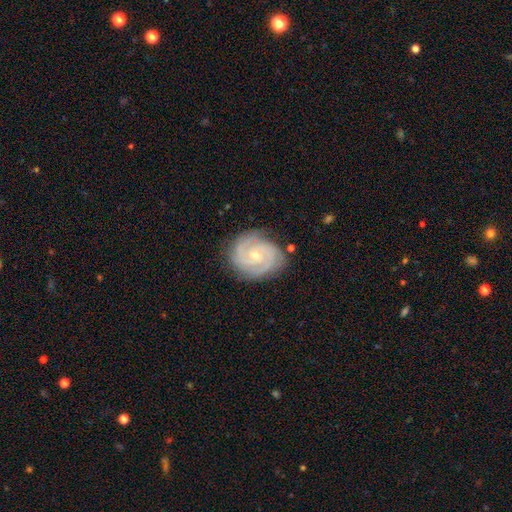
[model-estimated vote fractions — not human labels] A featured or disk galaxy (87%) with no bar (68%), 3 (38%) tight (70%) spiral arms (97%) and a small central bulge (65%).

Vote fractions:
- Smooth or featured? featured or disk: 87% / smooth: 7% / star or artifact: 5%
- Edge-on disk? no: 98% / yes: 2%
- Bar? no: 68% / weak: 27% / strong: 5%
- Spiral arms? yes: 97% / no: 3%
- Spiral winding? tight: 70% / medium: 26% / loose: 4%
- Spiral arm count? 3: 38% / 2: 31% / can't tell: 14% / 4: 9% / more than 4: 4% / 1: 4%
- Bulge size? small: 65% / moderate: 33% / none: 1% / large: 1% / dominant: 1%
- Merging? none: 79% / minor disturbance: 16% / major disturbance: 4% / merger: 1%